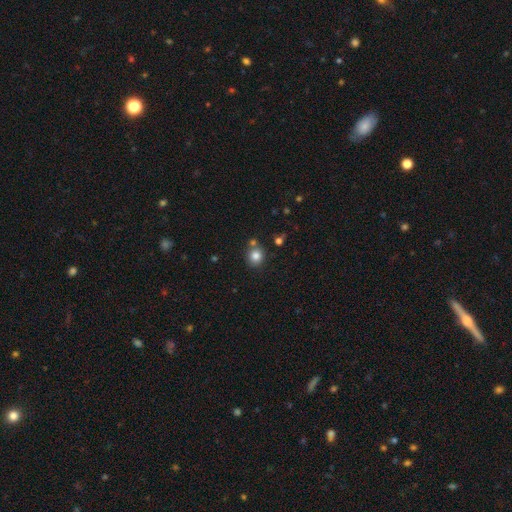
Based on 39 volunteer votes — This appears to be a smooth galaxy with no disk features (87%) that is round (94%). Merging: none (80%).